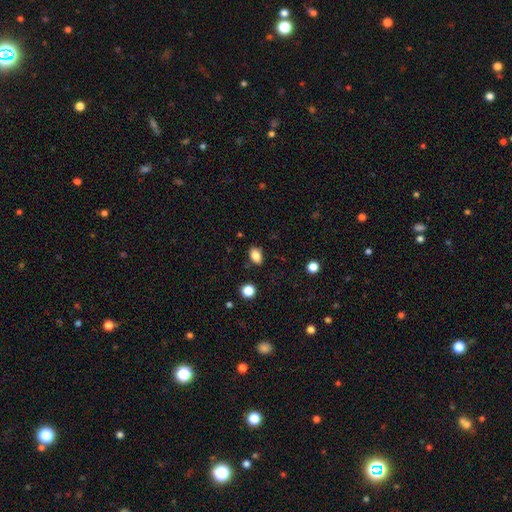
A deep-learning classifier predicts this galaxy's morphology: Smooth or featured: smooth — 84% (star or artifact — 10%)
How rounded: in between — 84% (round — 15%)
Merging: none — 85% (minor disturbance — 11%)